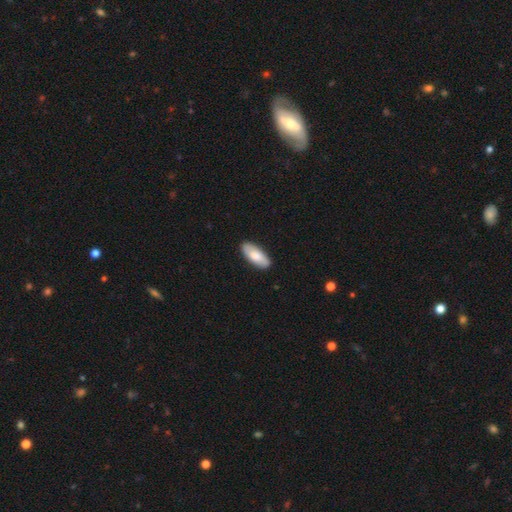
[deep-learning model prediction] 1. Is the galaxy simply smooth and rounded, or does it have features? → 78% smooth, 17% featured or disk, 5% star or artifact.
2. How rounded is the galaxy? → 84% in between, 14% cigar-shaped, 2% round.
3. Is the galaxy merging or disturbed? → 88% none, 9% minor disturbance, 2% major disturbance, 1% merger.